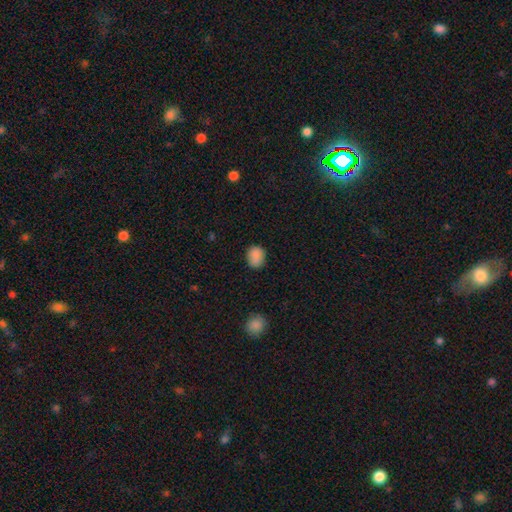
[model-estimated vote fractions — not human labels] Morphology: type=smooth (87%); roundness=round (53%); merging=none (81%).